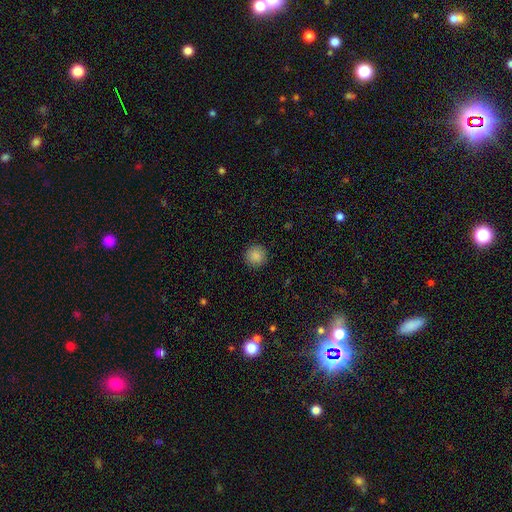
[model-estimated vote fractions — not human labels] smooth_or_featured: smooth (p=0.87) [alt: star or artifact p=0.09]
how_rounded: round (p=0.94) [alt: in between p=0.05]
merging: none (p=0.90) [alt: minor disturbance p=0.07]